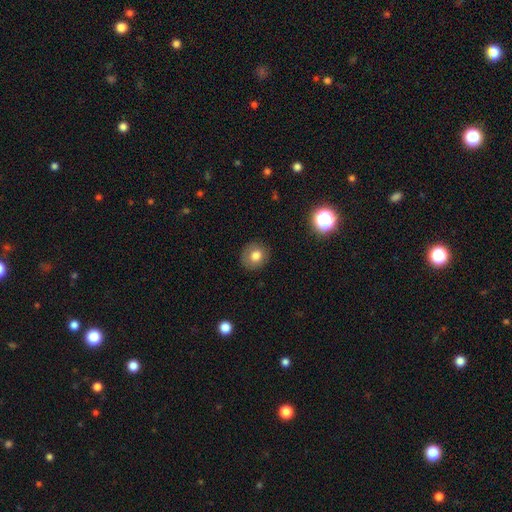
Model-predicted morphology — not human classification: Q: Smooth or featured?
A: smooth (77%); runner-up: featured or disk (12%)
Q: How rounded?
A: round (82%); runner-up: in between (17%)
Q: Merging?
A: none (85%); runner-up: minor disturbance (10%)